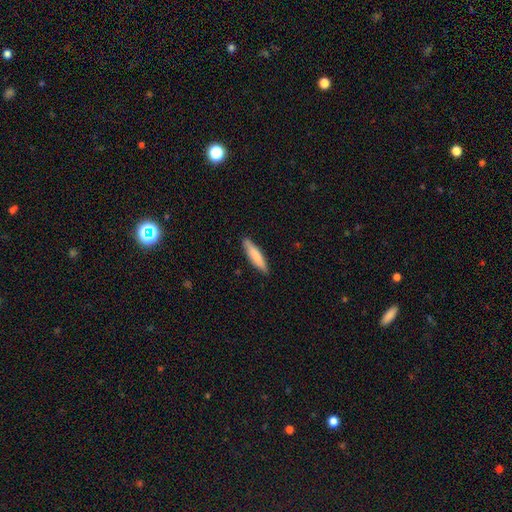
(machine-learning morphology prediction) type=smooth (81%); roundness=cigar-shaped (77%); merging=none (87%).